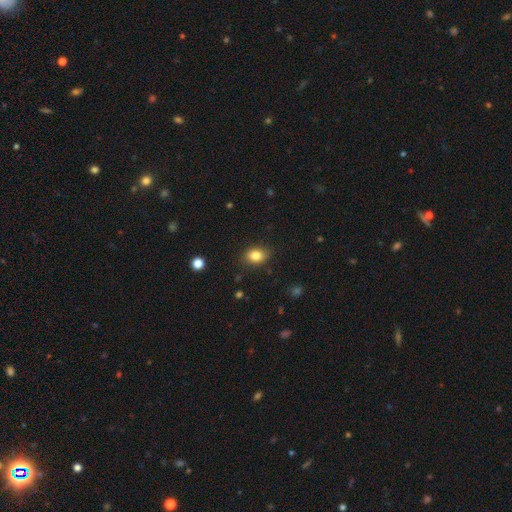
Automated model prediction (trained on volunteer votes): smooth-or-featured: smooth: 83% | star or artifact: 10% | featured or disk: 7%
  how-rounded: in between: 69% | round: 30% | cigar-shaped: 1%
  merging: none: 85% | minor disturbance: 11% | major disturbance: 3% | merger: 1%